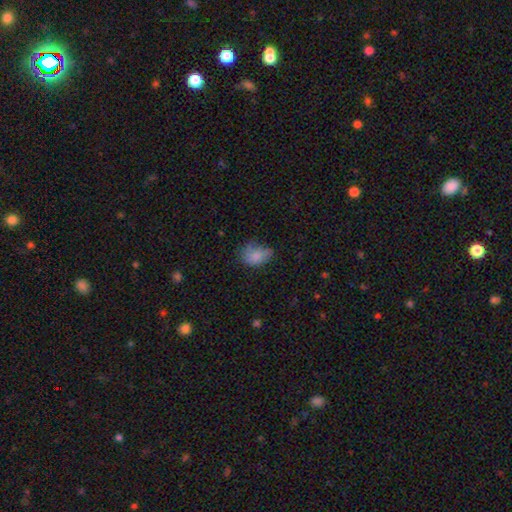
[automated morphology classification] smooth_or_featured: smooth (p=0.77) [alt: featured or disk p=0.13]
how_rounded: in between (p=0.71) [alt: round p=0.28]
merging: none (p=0.44) [alt: minor disturbance p=0.34]